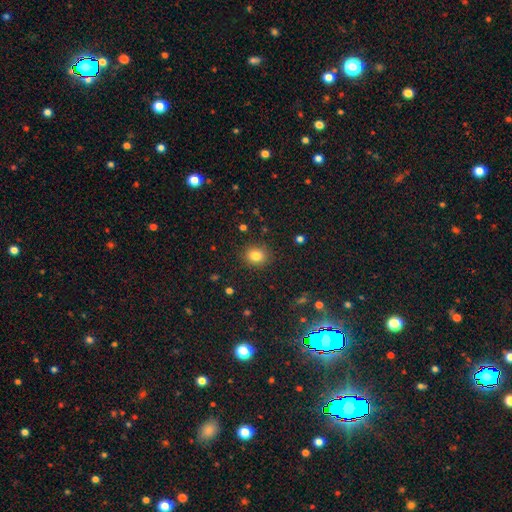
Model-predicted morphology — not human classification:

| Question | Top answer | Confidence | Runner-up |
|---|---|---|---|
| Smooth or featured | smooth | 82% | star or artifact (12%) |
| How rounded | round | 63% | in between (36%) |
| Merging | none | 88% | minor disturbance (8%) |